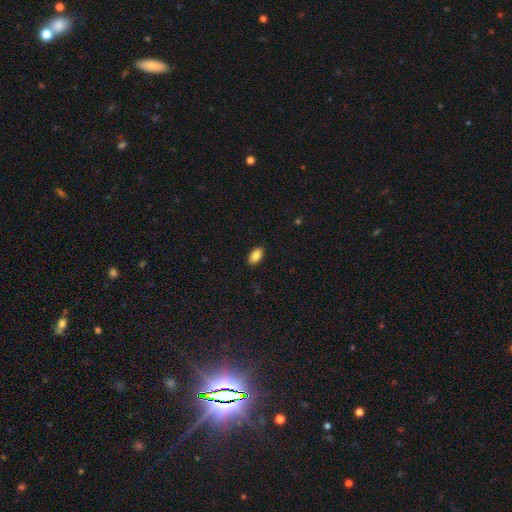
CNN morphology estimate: A smooth galaxy with no disk features (86%) that is in between round and cigar-shaped (94%). Merging: none (90%).